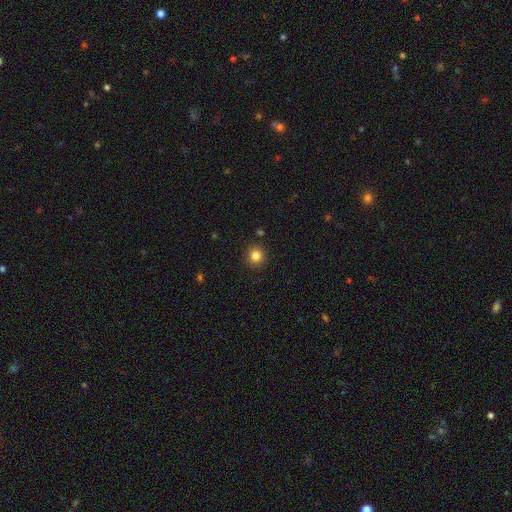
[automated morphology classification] Smooth or featured?
  - smooth: 83% *
  - star or artifact: 12%
  - featured or disk: 5%
How rounded?
  - round: 92% *
  - in between: 7%
  - cigar-shaped: 1%
Merging?
  - none: 90% *
  - minor disturbance: 7%
  - major disturbance: 2%
  - merger: 2%